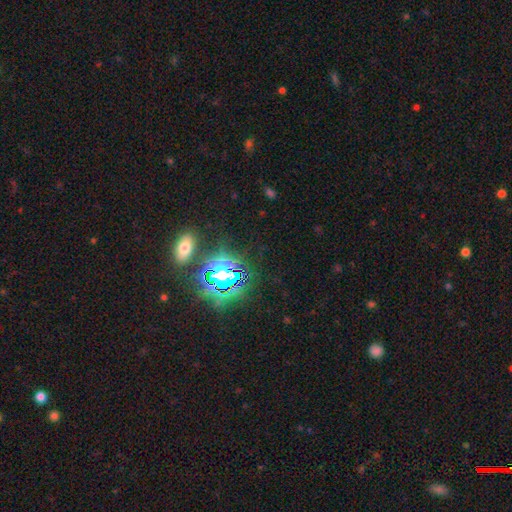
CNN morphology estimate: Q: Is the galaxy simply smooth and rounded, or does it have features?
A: star or artifact — 81%.